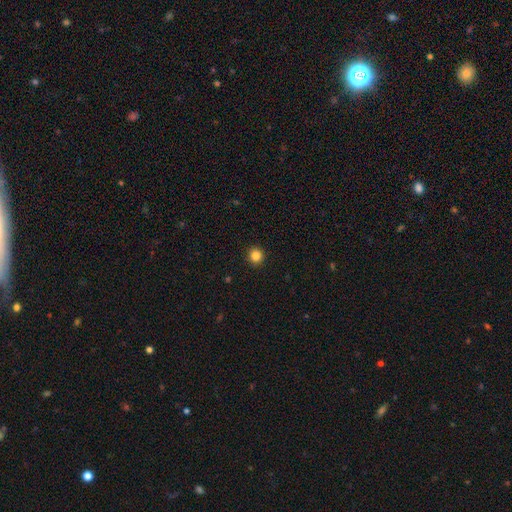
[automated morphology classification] Q: Smooth or featured?
A: smooth (85%); runner-up: star or artifact (11%)
Q: How rounded?
A: round (93%); runner-up: in between (6%)
Q: Merging?
A: none (93%); runner-up: minor disturbance (5%)